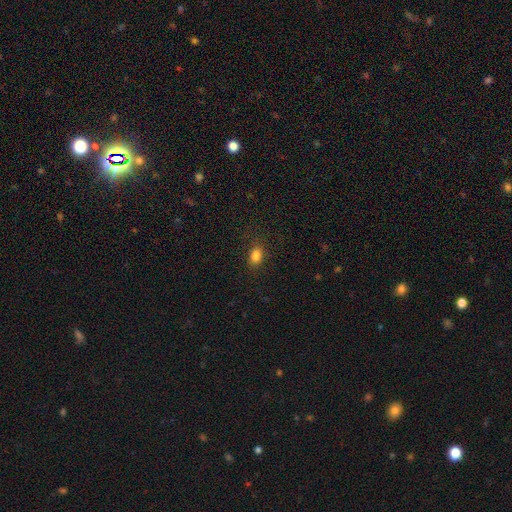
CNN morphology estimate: smooth 81%, star or artifact 13%, featured or disk 6%. Down the decision tree: how rounded — in between (76%); merging — none (77%).